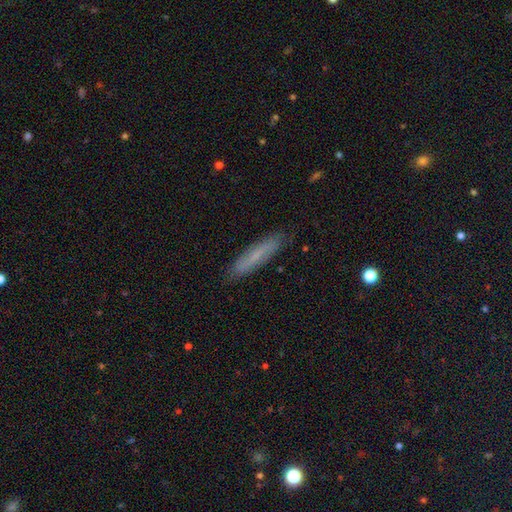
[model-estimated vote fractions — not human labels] This is possibly a smooth galaxy (58%). How rounded: clearly cigar-shaped (84%). Merging: clearly none (86%).